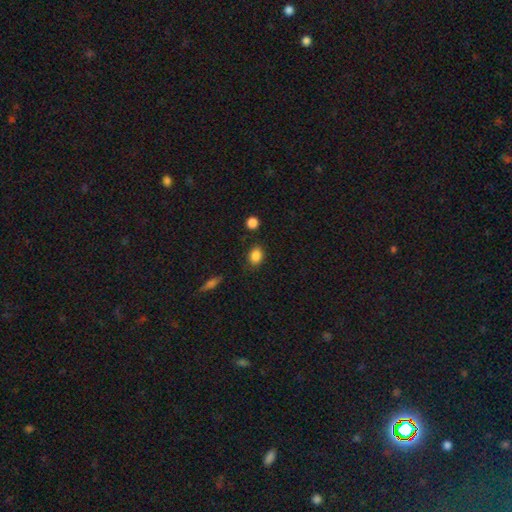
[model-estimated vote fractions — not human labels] Smooth or featured? smooth (86%)
How rounded? in between (63%)
Merging? none (81%)